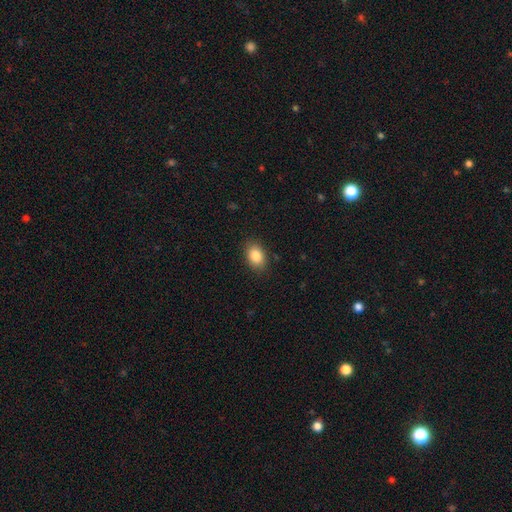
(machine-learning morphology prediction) A smooth galaxy with no disk features (86%) that is in between round and cigar-shaped (83%).

Vote fractions:
- Smooth or featured? smooth: 86% / star or artifact: 8% / featured or disk: 6%
- How rounded? in between: 83% / round: 16% / cigar-shaped: 1%
- Merging? none: 85% / minor disturbance: 11% / major disturbance: 3% / merger: 1%